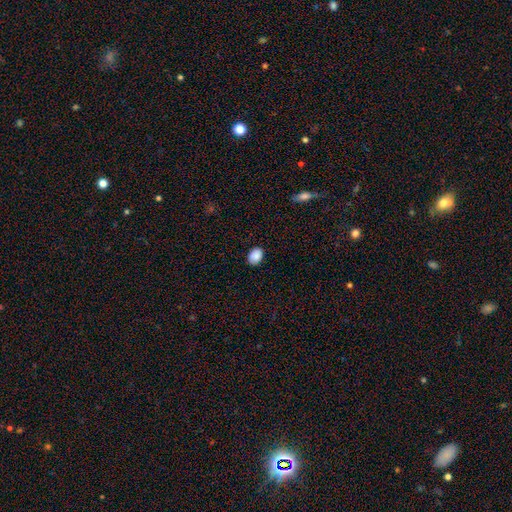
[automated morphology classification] smooth-or-featured: smooth: 88% | star or artifact: 8% | featured or disk: 4%
  how-rounded: in between: 69% | round: 30% | cigar-shaped: 1%
  merging: none: 86% | minor disturbance: 10% | major disturbance: 2% | merger: 1%